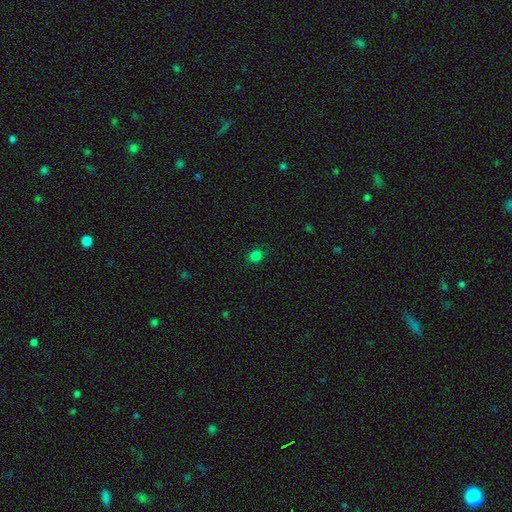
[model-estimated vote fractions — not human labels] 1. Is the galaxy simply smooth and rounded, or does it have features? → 81% smooth, 16% star or artifact, 3% featured or disk.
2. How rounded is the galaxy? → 82% round, 17% in between, 1% cigar-shaped.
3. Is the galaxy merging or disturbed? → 89% none, 8% minor disturbance, 2% major disturbance, 1% merger.